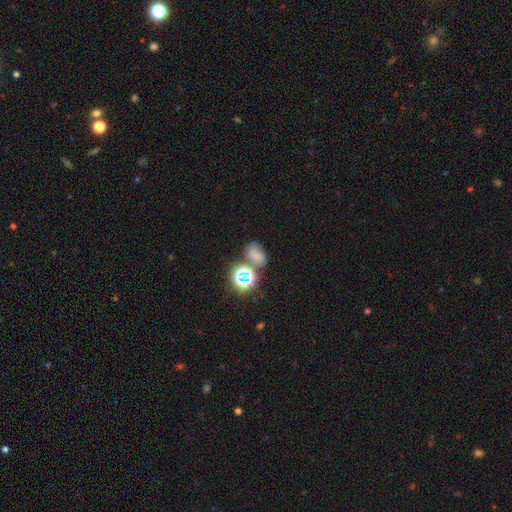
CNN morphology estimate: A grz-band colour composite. It shows a smooth galaxy with no disk features (59%) that is in between round and cigar-shaped (72%). Merging: none (52%).